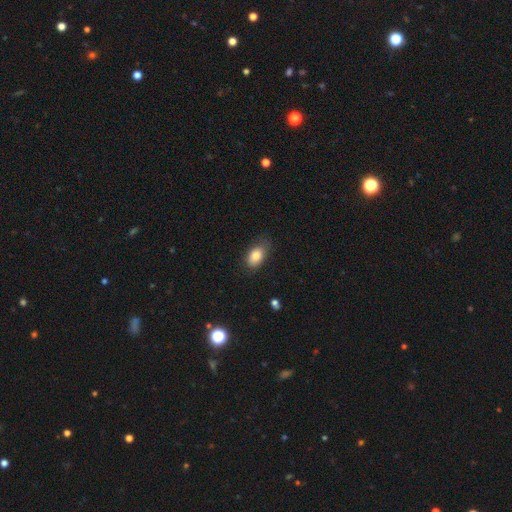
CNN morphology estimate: Smooth or featured? smooth (84%)
How rounded? in between (89%)
Merging? none (71%)